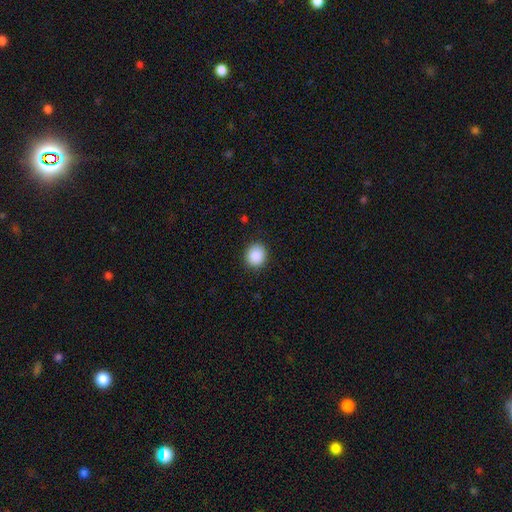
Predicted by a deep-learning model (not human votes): Smooth or featured? smooth (89%)
How rounded? round (81%)
Merging? none (90%)